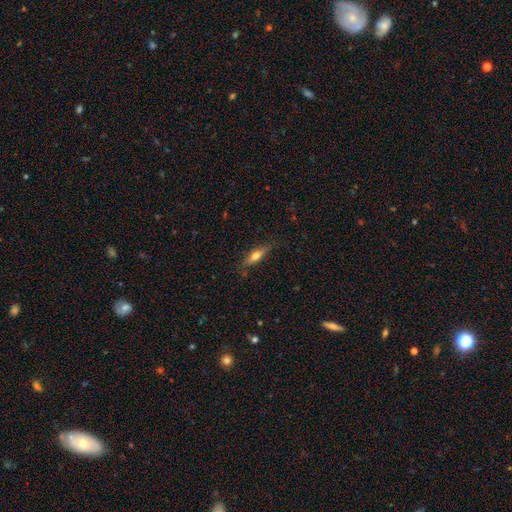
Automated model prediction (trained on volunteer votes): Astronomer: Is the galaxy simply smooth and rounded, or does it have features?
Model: smooth — 57% (runner-up: featured or disk, 37%).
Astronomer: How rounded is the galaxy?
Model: cigar-shaped — 59% (runner-up: in between, 38%).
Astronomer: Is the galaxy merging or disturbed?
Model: none — 81%.